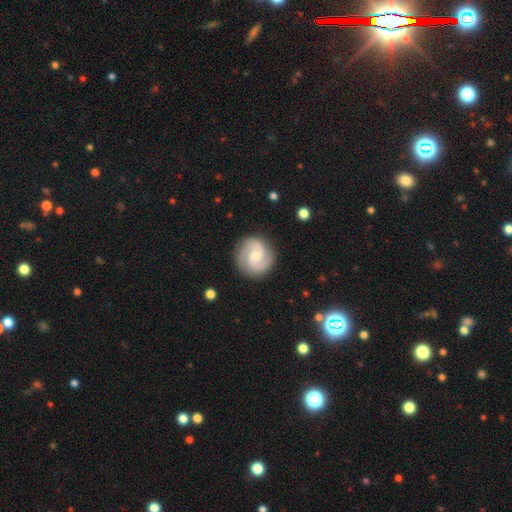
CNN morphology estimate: Smooth or featured? Predicted: featured or disk (p=0.81). Edge-on disk? Predicted: no (p=0.98). Bar? Predicted: no (p=0.50). Spiral arms? Predicted: yes (p=0.97). Spiral winding? Predicted: medium (p=0.50). Spiral arm count? Predicted: 2 (p=0.87). Bulge size? Predicted: small (p=0.52). Merging? Predicted: none (p=0.86).